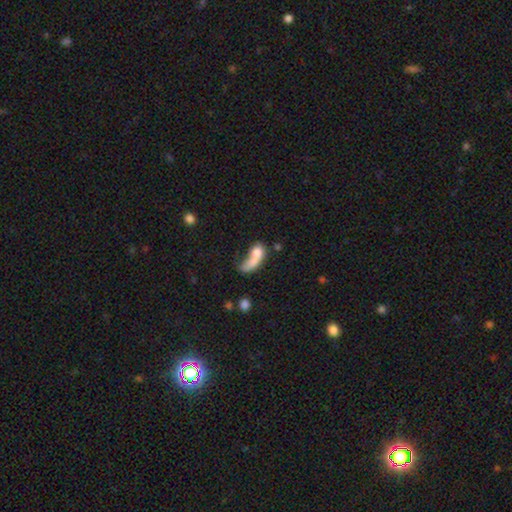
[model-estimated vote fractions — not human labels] Smooth or featured? Predicted: smooth (p=0.66). How rounded? Predicted: in between (p=0.61). Merging? Predicted: merger (p=0.48).